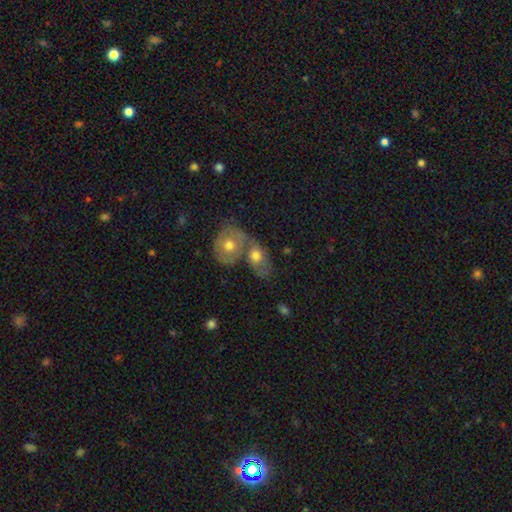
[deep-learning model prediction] Q: Smooth or featured?
A: smooth (56%); runner-up: featured or disk (37%)
Q: How rounded?
A: in between (72%); runner-up: round (26%)
Q: Merging?
A: merger (60%); runner-up: none (24%)